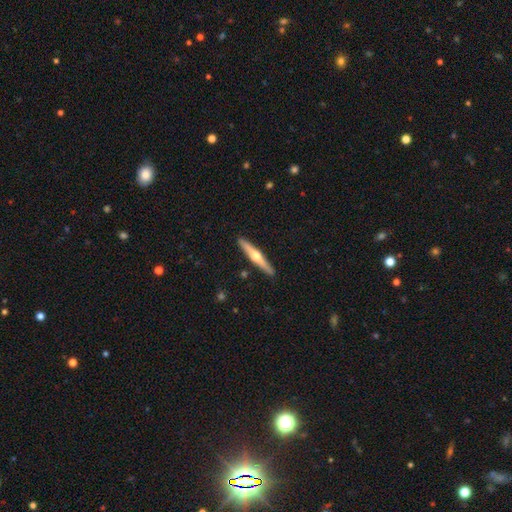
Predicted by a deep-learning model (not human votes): Smooth or featured? Predicted: featured or disk (p=0.64). Edge-on disk? Predicted: yes (p=0.97). Edge-on bulge? Predicted: rounded (p=0.92). Merging? Predicted: none (p=0.91).